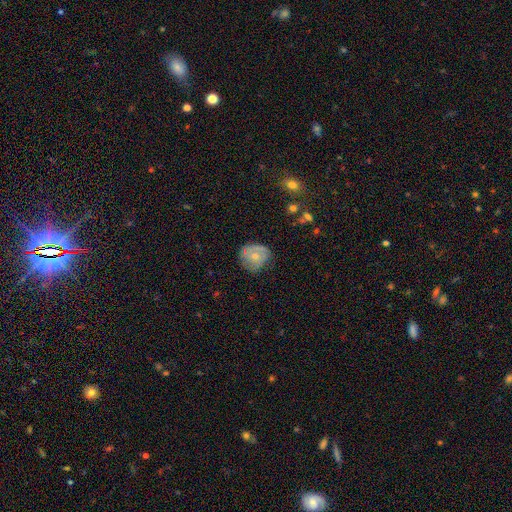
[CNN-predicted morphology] type=smooth (50%); roundness=round (76%); merging=none (60%).